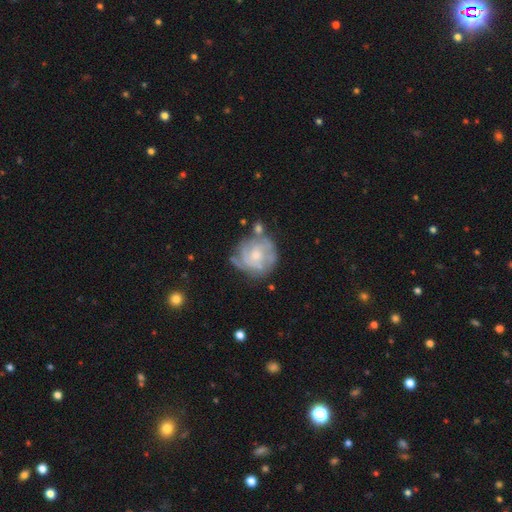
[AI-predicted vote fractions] smooth_or_featured: featured or disk (p=0.77) [alt: smooth p=0.18]
disk_edge_on: no (p=0.98) [alt: yes p=0.02]
bar: no (p=0.72) [alt: weak p=0.24]
has_spiral_arms: yes (p=0.86) [alt: no p=0.14]
spiral_winding: tight (p=0.62) [alt: medium p=0.29]
spiral_arm_count: can't tell (p=0.42) [alt: 3 p=0.21]
bulge_size: moderate (p=0.48) [alt: small p=0.42]
merging: none (p=0.58) [alt: minor disturbance p=0.23]